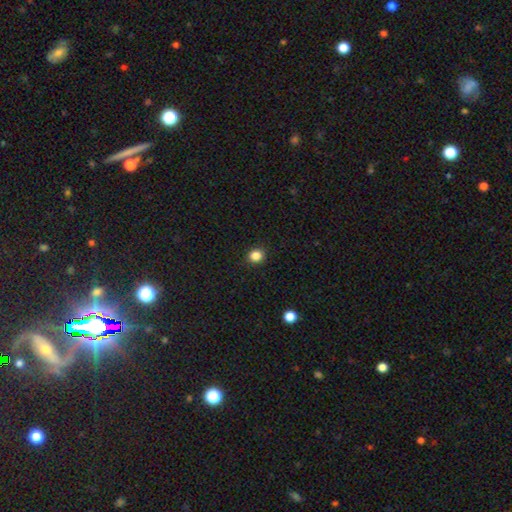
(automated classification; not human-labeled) This is clearly a smooth galaxy (84%). How rounded: clearly round (81%). Merging: clearly none (91%).